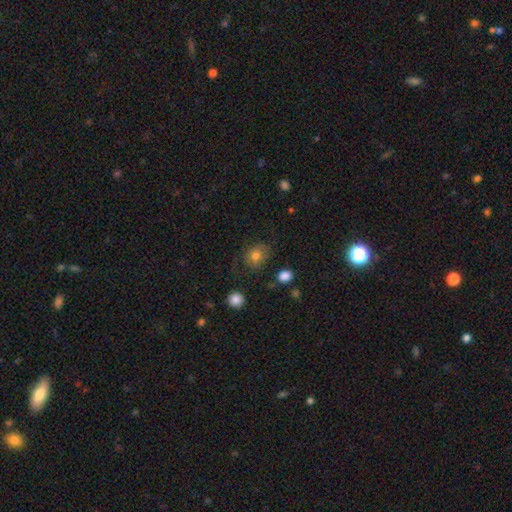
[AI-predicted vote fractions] smooth 77%, featured or disk 12%, star or artifact 11%. Down the decision tree: how rounded — round (54%); merging — none (67%).